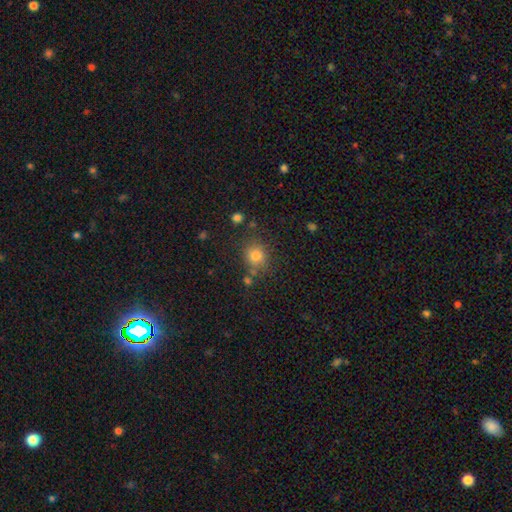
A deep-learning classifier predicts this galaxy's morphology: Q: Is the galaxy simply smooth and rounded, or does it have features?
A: smooth — 79%.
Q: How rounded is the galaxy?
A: round — 82%.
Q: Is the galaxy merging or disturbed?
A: none — 74%.